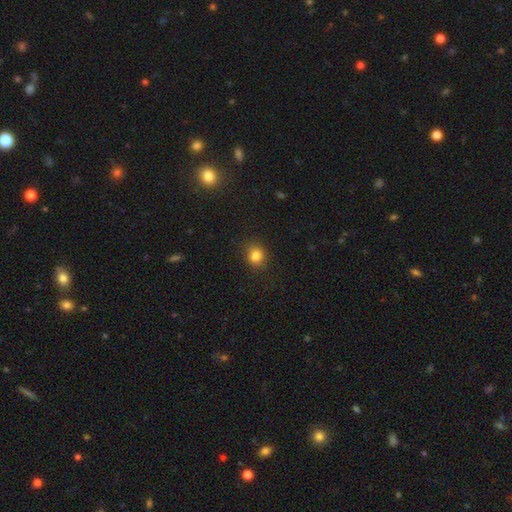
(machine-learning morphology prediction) A smooth galaxy with no disk features (84%) that is round (73%).

Vote fractions:
- Smooth or featured? smooth: 84% / star or artifact: 12% / featured or disk: 4%
- How rounded? round: 73% / in between: 26% / cigar-shaped: 1%
- Merging? none: 83% / minor disturbance: 12% / major disturbance: 3% / merger: 1%